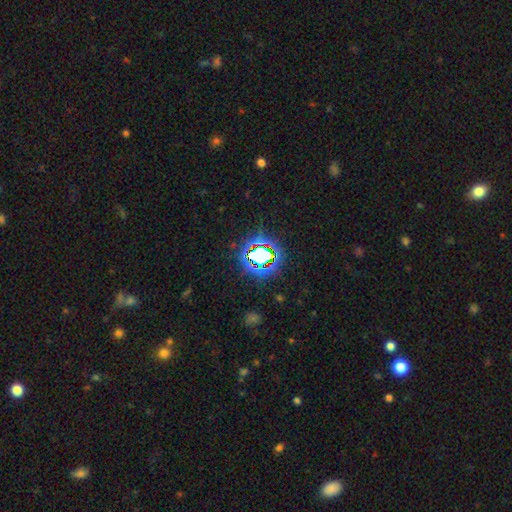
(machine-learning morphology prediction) This appears to be a star or artifact, not a galaxy (76%).